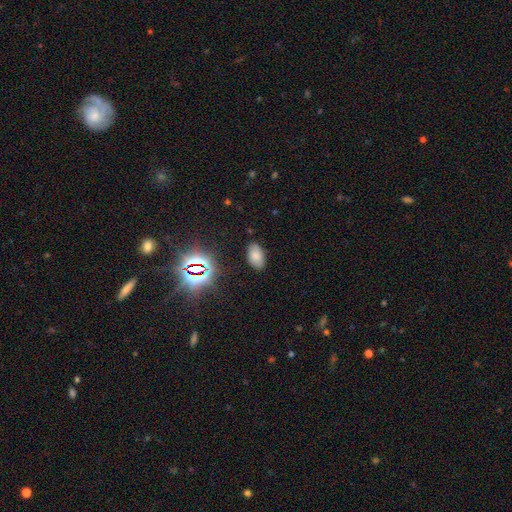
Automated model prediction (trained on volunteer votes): A smooth galaxy with no disk features (73%) that is in between round and cigar-shaped (93%).

Vote fractions:
- Smooth or featured? smooth: 73% / star or artifact: 18% / featured or disk: 9%
- How rounded? in between: 93% / round: 5% / cigar-shaped: 2%
- Merging? none: 84% / minor disturbance: 12% / major disturbance: 3% / merger: 1%